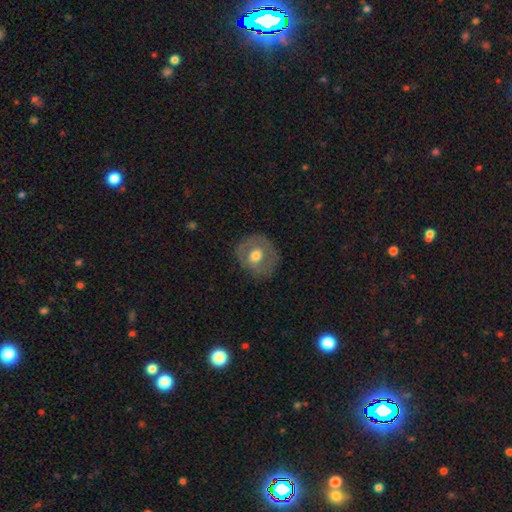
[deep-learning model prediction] Smooth or featured? Predicted: smooth (p=0.48). Merging? Predicted: none (p=0.75).